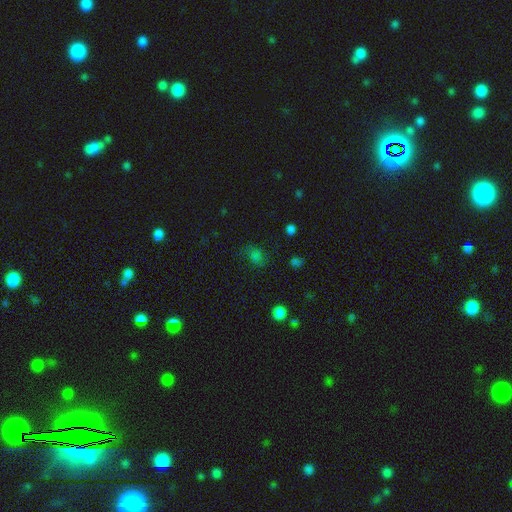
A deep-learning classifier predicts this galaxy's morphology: Q: Smooth or featured?
A: smooth (65%); runner-up: star or artifact (22%)
Q: How rounded?
A: in between (62%); runner-up: round (36%)
Q: Merging?
A: none (62%); runner-up: minor disturbance (22%)